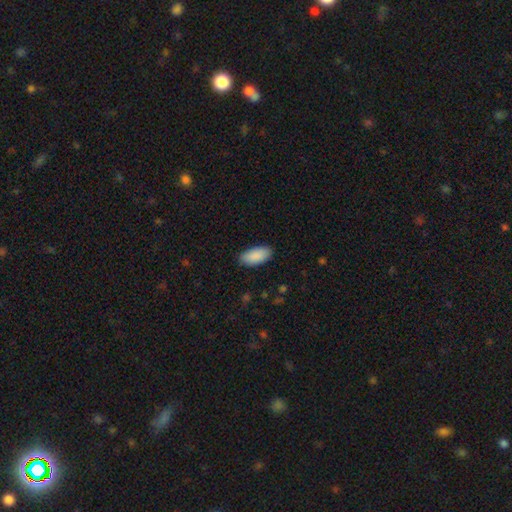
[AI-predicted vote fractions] Smooth or featured: smooth — 90% (star or artifact — 6%)
How rounded: in between — 92% (cigar-shaped — 6%)
Merging: none — 87% (minor disturbance — 10%)